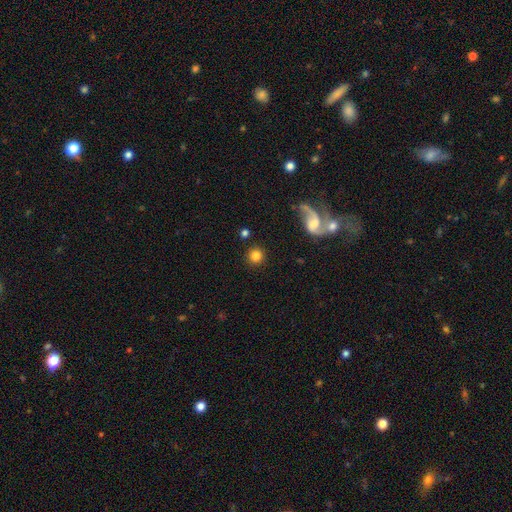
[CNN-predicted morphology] smooth 80%, featured or disk 11%, star or artifact 9%. Down the decision tree: how rounded — round (94%); merging — none (87%).